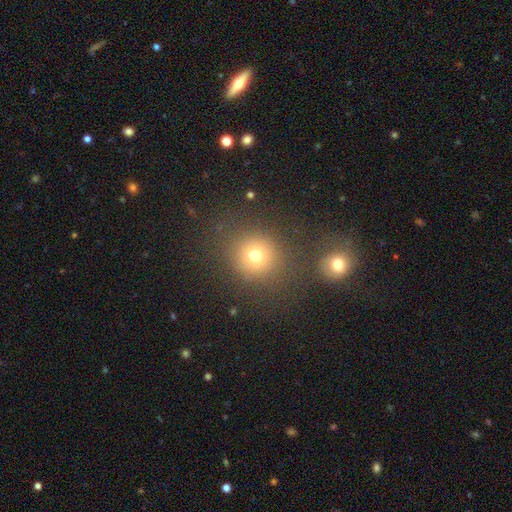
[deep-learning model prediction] A smooth galaxy with no disk features (72%) that is round (87%). Merging: none (76%).